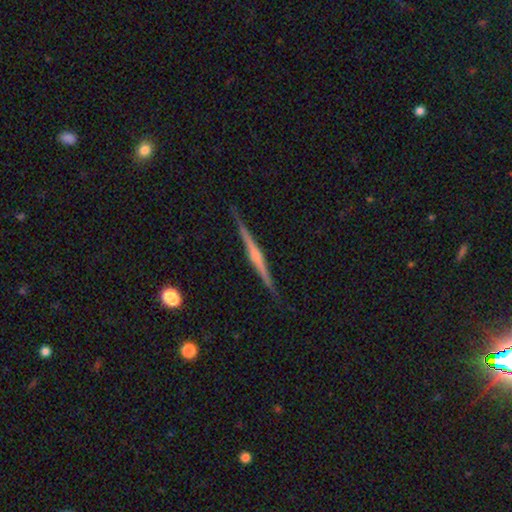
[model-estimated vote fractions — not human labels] featured or disk 78%, smooth 15%, star or artifact 6%. Down the decision tree: edge-on disk — yes (99%); edge-on bulge — rounded (62%); merging — none (90%).